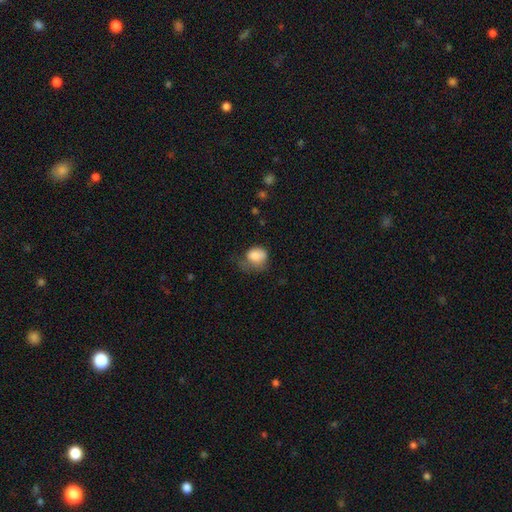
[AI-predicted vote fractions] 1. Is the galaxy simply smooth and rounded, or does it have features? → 82% smooth, 10% featured or disk, 8% star or artifact.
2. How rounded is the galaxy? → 54% round, 45% in between, 1% cigar-shaped.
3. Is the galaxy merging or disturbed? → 34% major disturbance, 33% minor disturbance, 30% none, 3% merger.